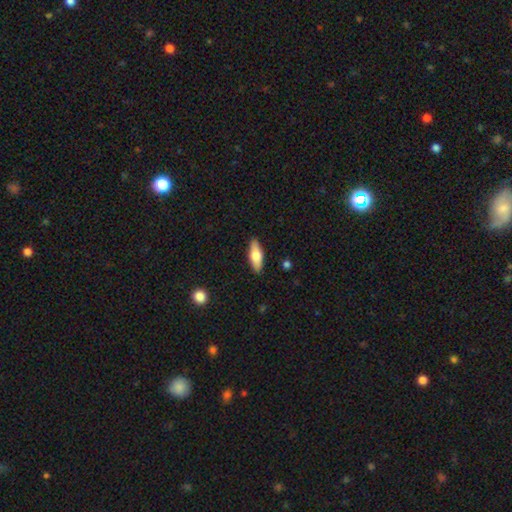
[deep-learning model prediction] Smooth or featured? Predicted: smooth (p=0.67). How rounded? Predicted: in between (p=0.66). Merging? Predicted: none (p=0.88).